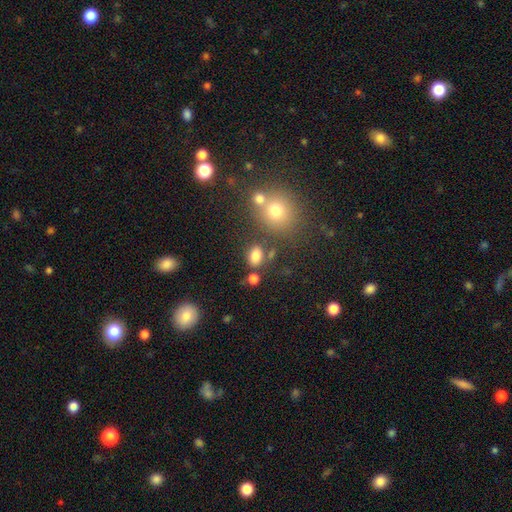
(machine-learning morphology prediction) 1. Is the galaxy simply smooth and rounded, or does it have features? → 79% smooth, 13% star or artifact, 7% featured or disk.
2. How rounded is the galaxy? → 77% in between, 21% round, 2% cigar-shaped.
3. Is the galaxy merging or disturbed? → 69% none, 13% minor disturbance, 12% merger, 5% major disturbance.